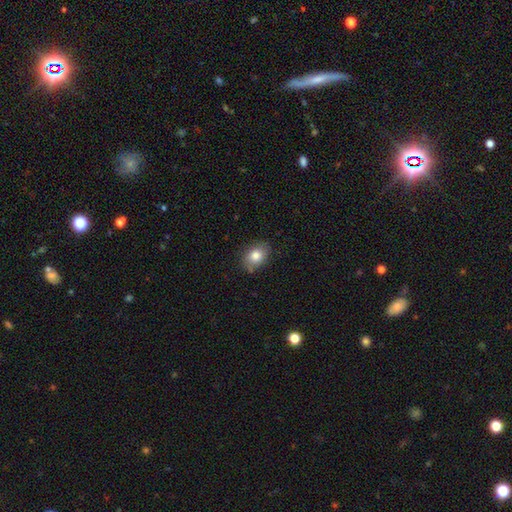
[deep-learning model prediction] Q: Smooth or featured?
A: smooth (81%); runner-up: featured or disk (11%)
Q: How rounded?
A: in between (73%); runner-up: round (26%)
Q: Merging?
A: none (78%); runner-up: minor disturbance (18%)